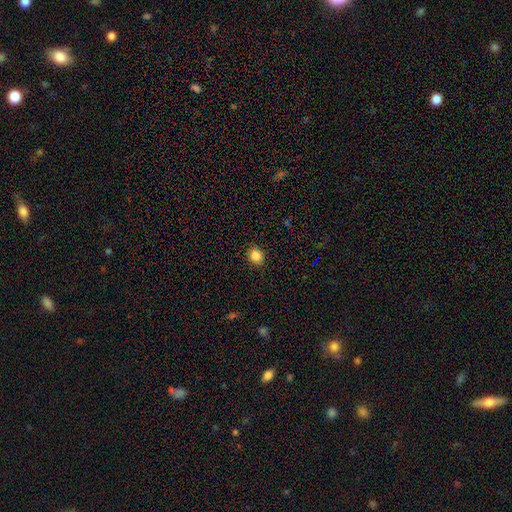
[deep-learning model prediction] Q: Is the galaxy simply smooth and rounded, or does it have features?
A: smooth — 85%.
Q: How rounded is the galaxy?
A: round — 74%.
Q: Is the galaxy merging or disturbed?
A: none — 91%.